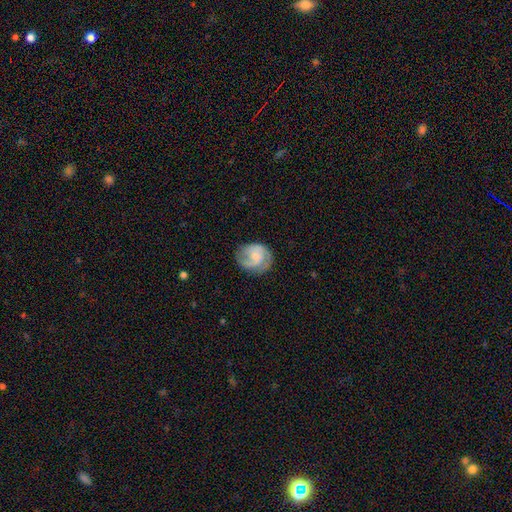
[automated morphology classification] smooth_or_featured: featured or disk (p=0.67) [alt: smooth p=0.27]
disk_edge_on: no (p=0.98) [alt: yes p=0.02]
bar: no (p=0.65) [alt: weak p=0.30]
has_spiral_arms: yes (p=0.91) [alt: no p=0.09]
spiral_winding: medium (p=0.45) [alt: tight p=0.38]
spiral_arm_count: 2 (p=0.65) [alt: can't tell p=0.14]
bulge_size: small (p=0.60) [alt: moderate p=0.31]
merging: none (p=0.69) [alt: minor disturbance p=0.20]